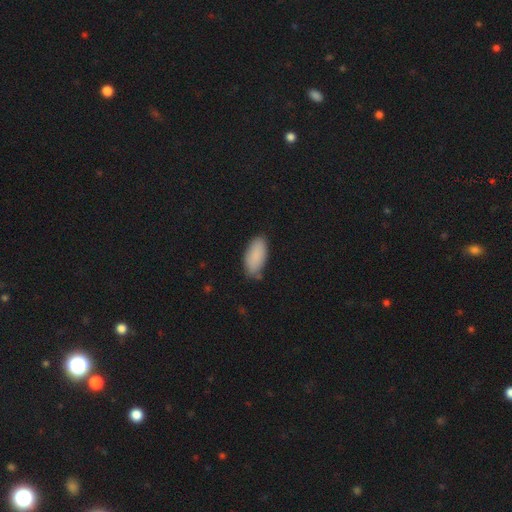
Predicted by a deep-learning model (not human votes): A smooth galaxy with no disk features (88%) that is in between round and cigar-shaped (90%).

Vote fractions:
- Smooth or featured? smooth: 88% / star or artifact: 7% / featured or disk: 5%
- How rounded? in between: 90% / cigar-shaped: 8% / round: 2%
- Merging? none: 77% / minor disturbance: 18% / major disturbance: 3% / merger: 2%